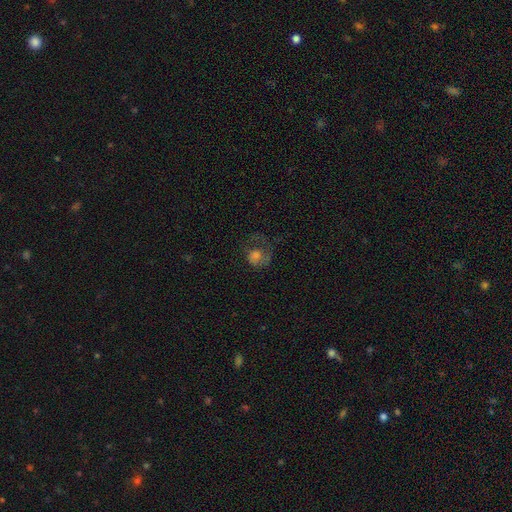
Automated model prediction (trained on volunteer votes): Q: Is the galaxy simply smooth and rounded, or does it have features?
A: smooth — 54%.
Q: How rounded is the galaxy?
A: round — 69%.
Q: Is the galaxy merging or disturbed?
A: major disturbance — 47%.